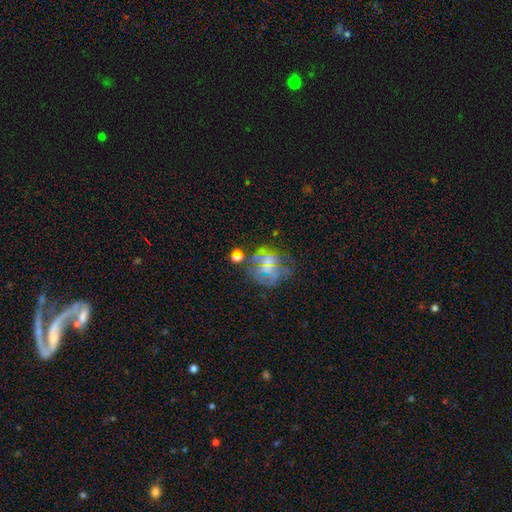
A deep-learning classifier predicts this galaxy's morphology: A featured or disk galaxy (45%). Merging: none (60%).